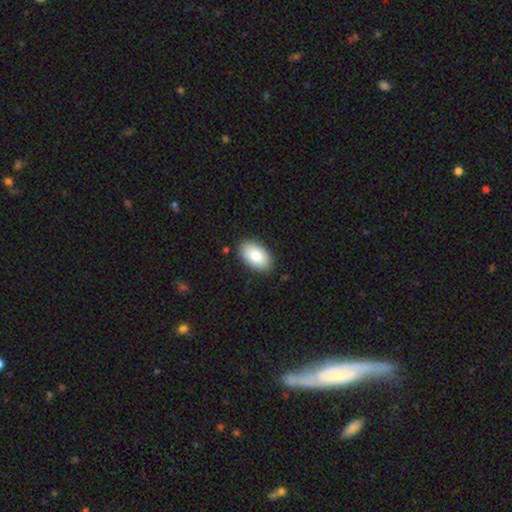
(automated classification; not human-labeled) Smooth or featured? smooth (82%)
How rounded? in between (94%)
Merging? none (88%)